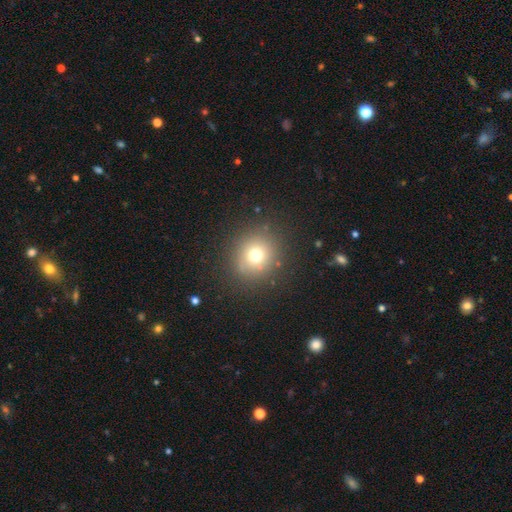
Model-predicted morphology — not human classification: A smooth galaxy with no disk features (67%) that is round (88%). Merging: none (89%).